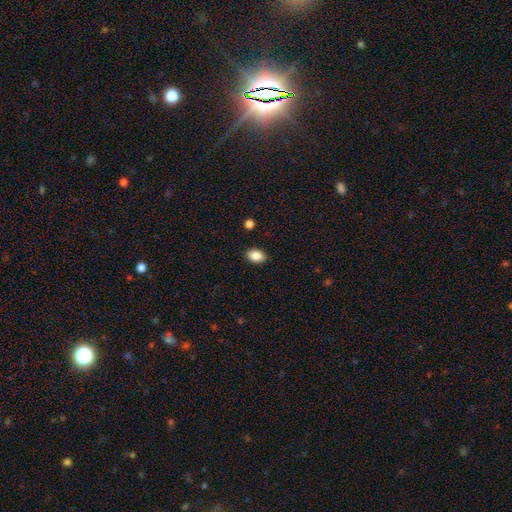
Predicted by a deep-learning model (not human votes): smooth-or-featured: smooth: 87% | star or artifact: 8% | featured or disk: 5%
  how-rounded: in between: 87% | round: 11% | cigar-shaped: 1%
  merging: none: 88% | minor disturbance: 8% | major disturbance: 2% | merger: 1%